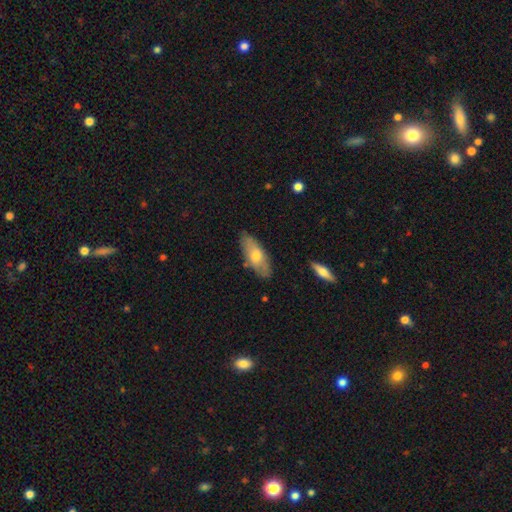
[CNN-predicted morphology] The model was most divided on "smooth or featured": smooth: 61%, featured or disk: 33%, star or artifact: 6%. More confident: merging — none (81%); how rounded — in between (76%).